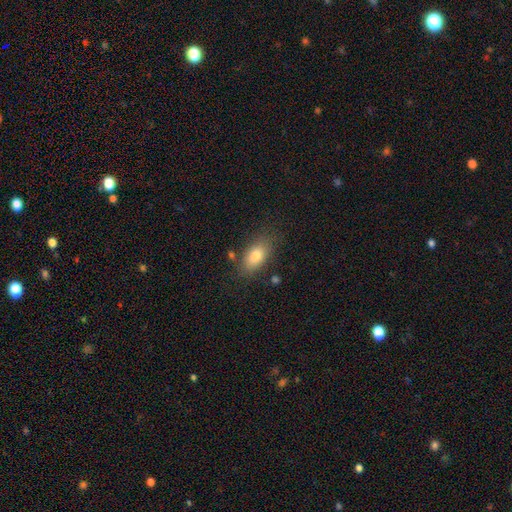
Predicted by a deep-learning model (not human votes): Smooth or featured?
  - smooth: 80% *
  - featured or disk: 11%
  - star or artifact: 9%
How rounded?
  - in between: 88% *
  - round: 7%
  - cigar-shaped: 5%
Merging?
  - none: 78% *
  - minor disturbance: 14%
  - major disturbance: 4%
  - merger: 4%